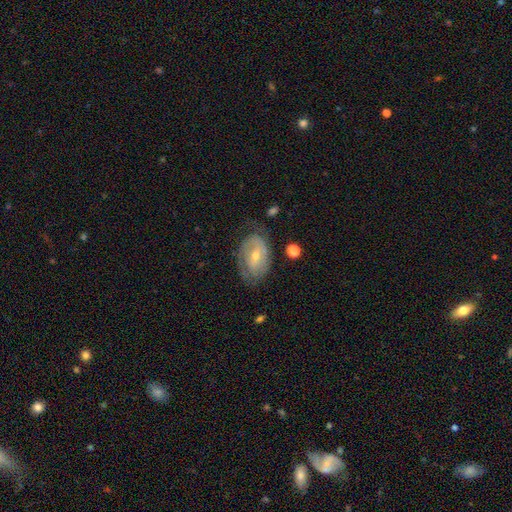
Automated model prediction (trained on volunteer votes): A featured or disk galaxy (68%) with a weak bar (43%), spiral arms (77%) and a small central bulge (52%). Merging: none (63%).